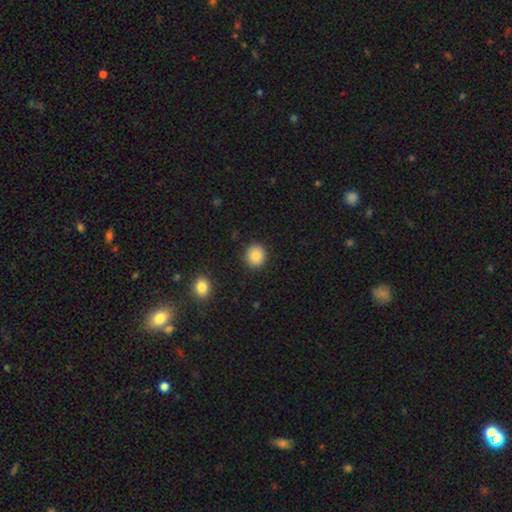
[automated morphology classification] This appears to be a smooth galaxy with no disk features (87%) that is round (88%). Merging: none (91%).